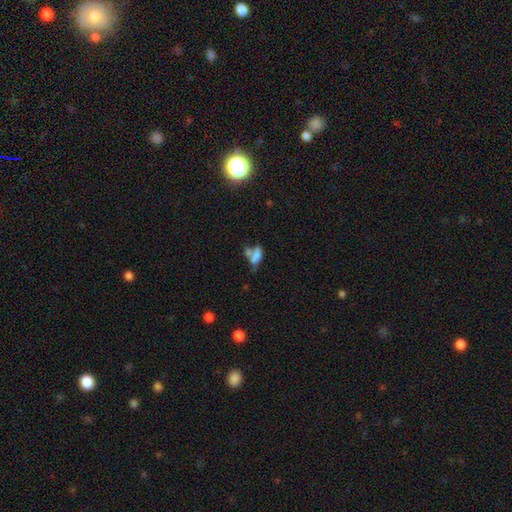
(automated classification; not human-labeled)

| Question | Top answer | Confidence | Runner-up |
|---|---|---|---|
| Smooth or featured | smooth | 61% | featured or disk (25%) |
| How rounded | in between | 80% | cigar-shaped (14%) |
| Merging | merger | 51% | none (22%) |